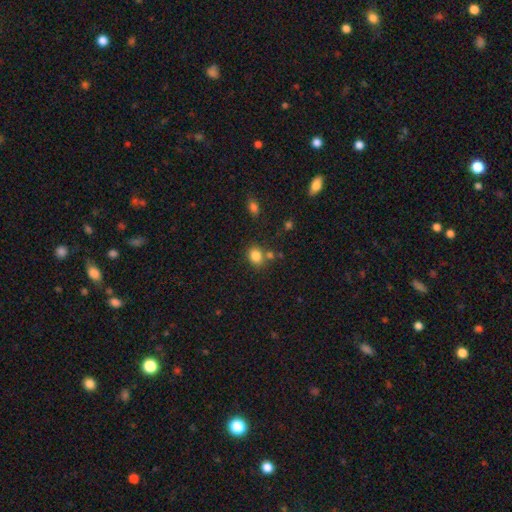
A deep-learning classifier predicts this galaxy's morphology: smooth-or-featured: smooth: 83% | star or artifact: 11% | featured or disk: 6%
  how-rounded: round: 53% | in between: 46% | cigar-shaped: 1%
  merging: none: 69% | merger: 15% | minor disturbance: 12% | major disturbance: 4%